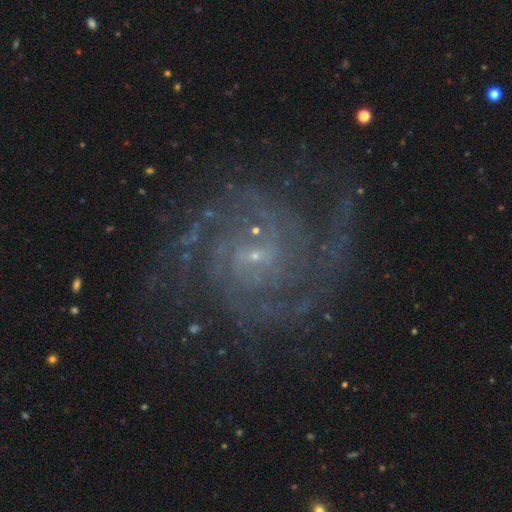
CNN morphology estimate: A featured or disk galaxy (90%) with a weak bar (47%), 2 (35%) tight (54%) spiral arms (98%) and a small central bulge (79%).

Vote fractions:
- Smooth or featured? featured or disk: 90% / star or artifact: 7% / smooth: 3%
- Edge-on disk? no: 98% / yes: 2%
- Bar? weak: 47% / no: 38% / strong: 15%
- Spiral arms? yes: 98% / no: 2%
- Spiral winding? tight: 54% / medium: 39% / loose: 7%
- Spiral arm count? 2: 35% / 3: 18% / can't tell: 18% / 4: 13% / more than 4: 9% / 1: 7%
- Bulge size? small: 79% / moderate: 10% / none: 9% / large: 1% / dominant: 1%
- Merging? none: 75% / minor disturbance: 14% / major disturbance: 9% / merger: 2%